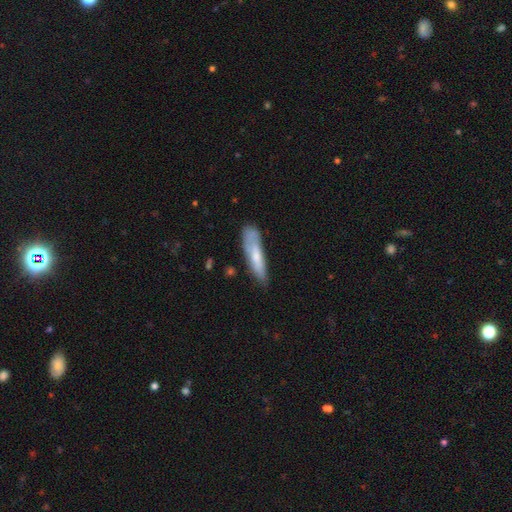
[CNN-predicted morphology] type=smooth (63%); roundness=cigar-shaped (72%); merging=none (58%).